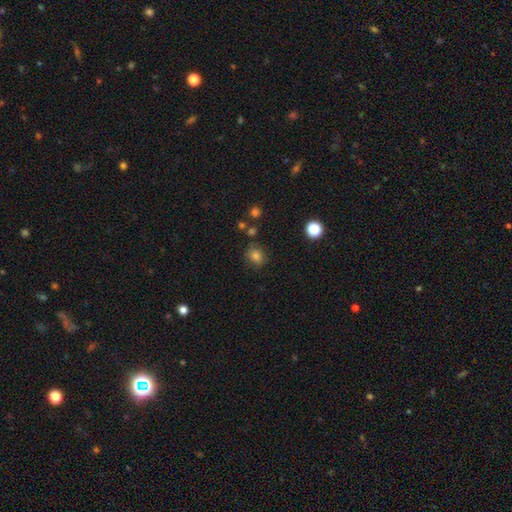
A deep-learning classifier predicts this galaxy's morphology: Smooth or featured? smooth (80%)
How rounded? round (76%)
Merging? none (79%)